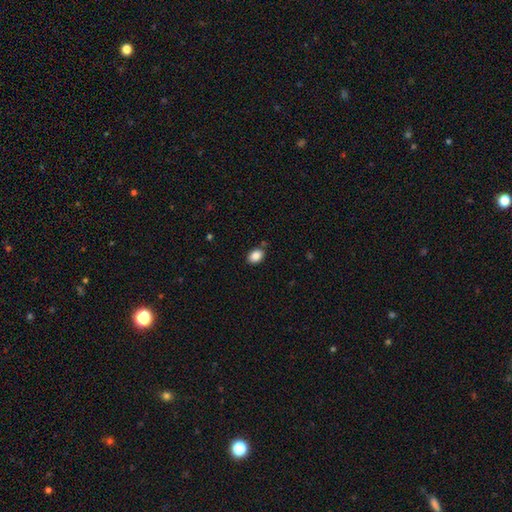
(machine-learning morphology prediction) A smooth galaxy with no disk features (87%) that is in between round and cigar-shaped (77%). Merging: none (83%).